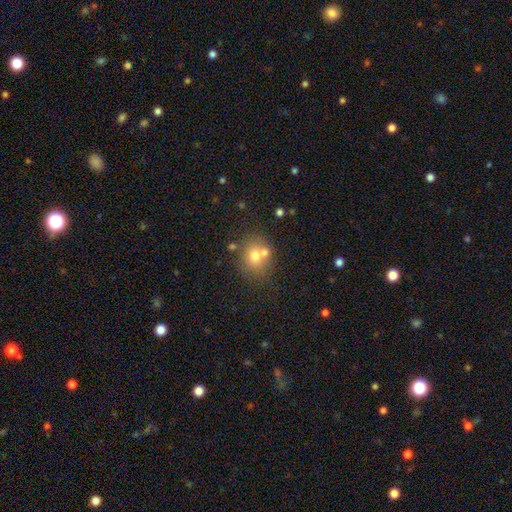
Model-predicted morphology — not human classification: The model was most divided on "merging": none: 55%, merger: 29%, minor disturbance: 11%, major disturbance: 4%. More confident: how rounded — round (75%); smooth or featured — smooth (67%).